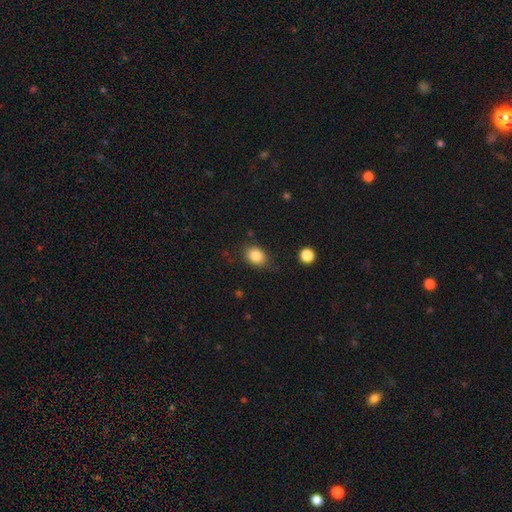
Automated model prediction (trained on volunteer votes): Q: Smooth or featured?
A: smooth (85%); runner-up: star or artifact (9%)
Q: How rounded?
A: in between (59%); runner-up: round (40%)
Q: Merging?
A: none (79%); runner-up: minor disturbance (15%)